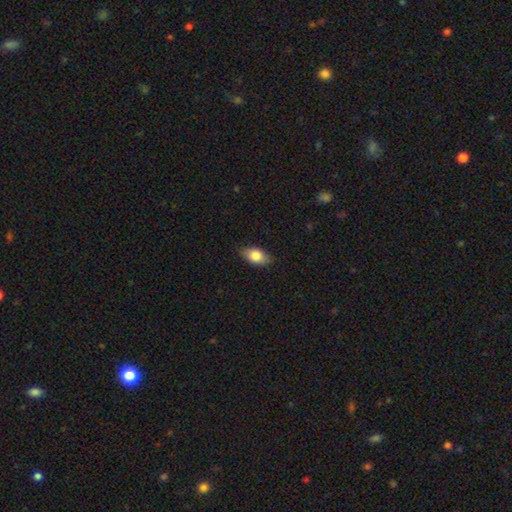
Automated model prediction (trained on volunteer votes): This appears to be a smooth galaxy with no disk features (80%) that is in between round and cigar-shaped (88%). Merging: none (82%).